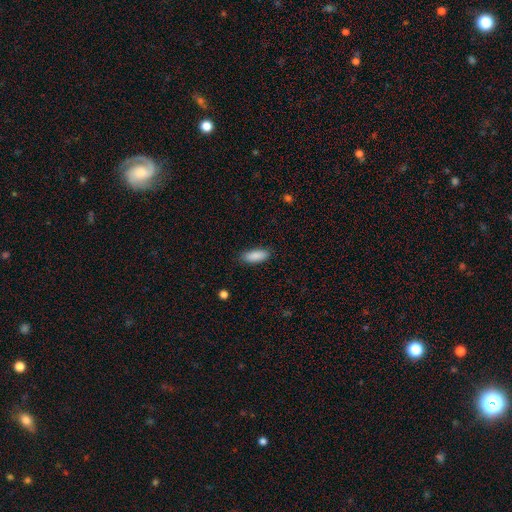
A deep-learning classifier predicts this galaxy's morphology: smooth_or_featured: smooth (p=0.89) [alt: star or artifact p=0.06]
how_rounded: in between (p=0.75) [alt: cigar-shaped p=0.24]
merging: none (p=0.87) [alt: minor disturbance p=0.09]